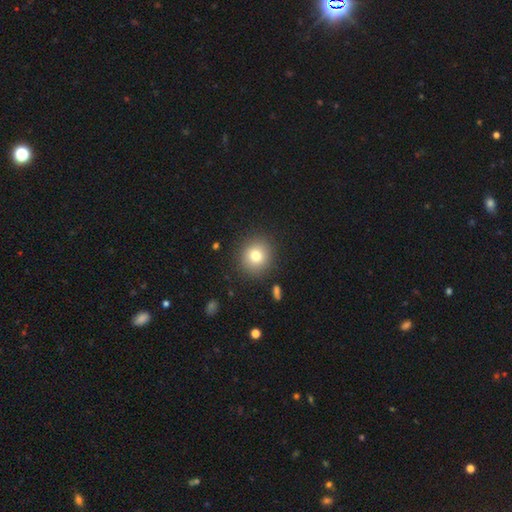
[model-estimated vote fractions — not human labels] smooth 79%, star or artifact 11%, featured or disk 10%. Down the decision tree: how rounded — round (85%); merging — none (88%).